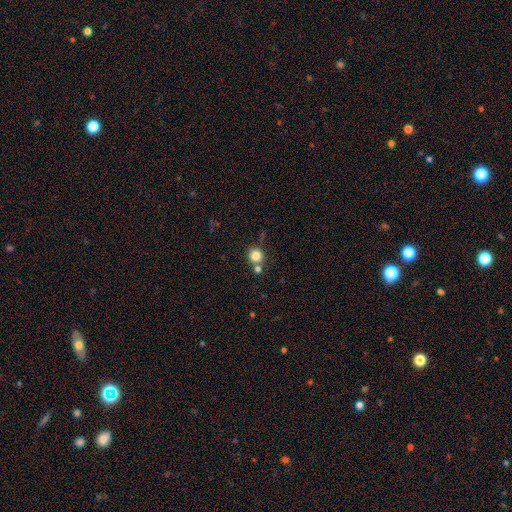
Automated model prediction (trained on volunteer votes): A smooth galaxy with no disk features (82%) that is round (92%). Merging: none (67%).